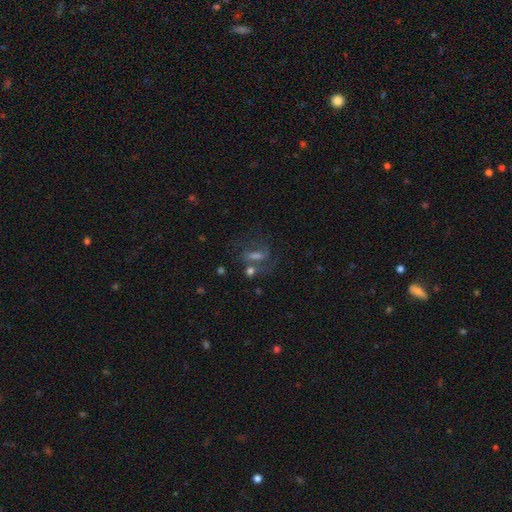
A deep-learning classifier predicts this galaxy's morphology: Smooth or featured? Predicted: featured or disk (p=0.48). Merging? Predicted: none (p=0.55).